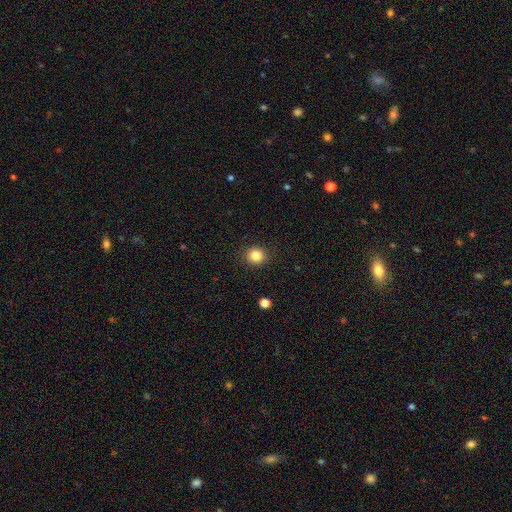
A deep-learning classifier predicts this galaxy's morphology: This is clearly a smooth galaxy (84%). How rounded: clearly round (82%). Merging: clearly none (90%).